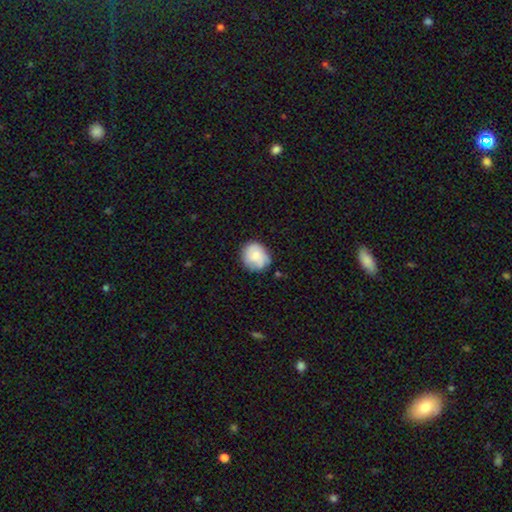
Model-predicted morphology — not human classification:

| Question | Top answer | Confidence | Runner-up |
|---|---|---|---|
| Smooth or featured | smooth | 68% | featured or disk (24%) |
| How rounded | round | 76% | in between (23%) |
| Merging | none | 68% | minor disturbance (23%) |